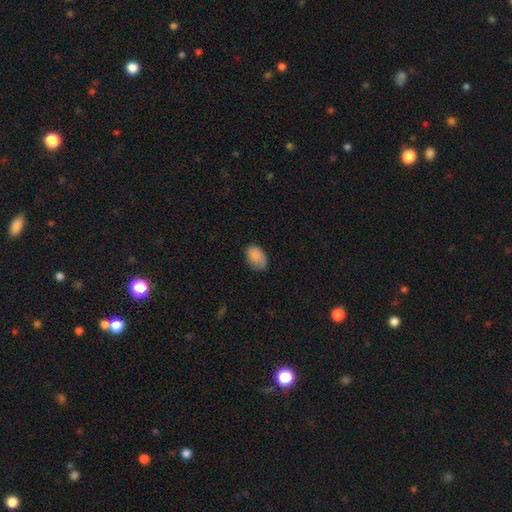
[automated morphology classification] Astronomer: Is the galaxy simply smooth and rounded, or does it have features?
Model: smooth — 85%.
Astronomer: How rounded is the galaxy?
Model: in between — 82%.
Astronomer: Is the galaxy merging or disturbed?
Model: none — 67%.